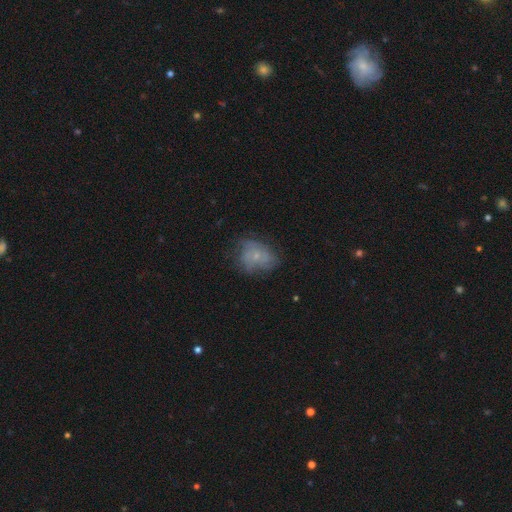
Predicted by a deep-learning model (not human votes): The model was most divided on "smooth or featured": featured or disk: 55%, smooth: 34%, star or artifact: 11%. More confident: edge-on disk — no (97%); bar — no (84%); bulge size — small (73%); spiral arms — yes (69%); merging — none (59%).